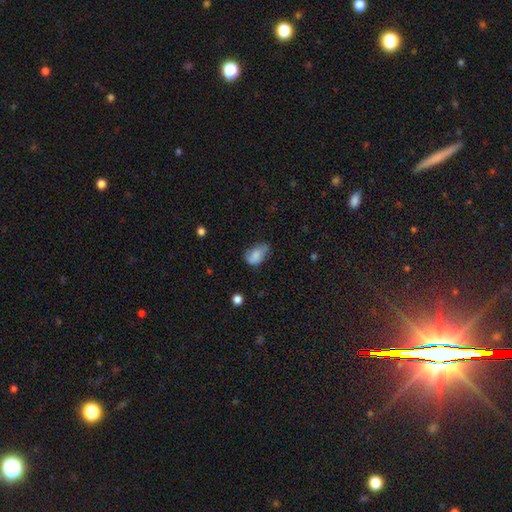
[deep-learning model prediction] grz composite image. It shows a smooth galaxy with no disk features (78%) that is in between round and cigar-shaped (87%). Merging: none (44%).